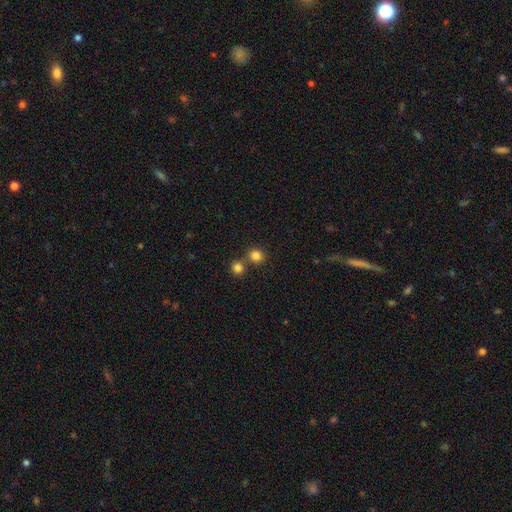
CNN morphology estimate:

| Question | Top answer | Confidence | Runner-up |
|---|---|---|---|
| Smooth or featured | smooth | 82% | star or artifact (12%) |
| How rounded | round | 88% | in between (11%) |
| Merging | none | 64% | merger (27%) |